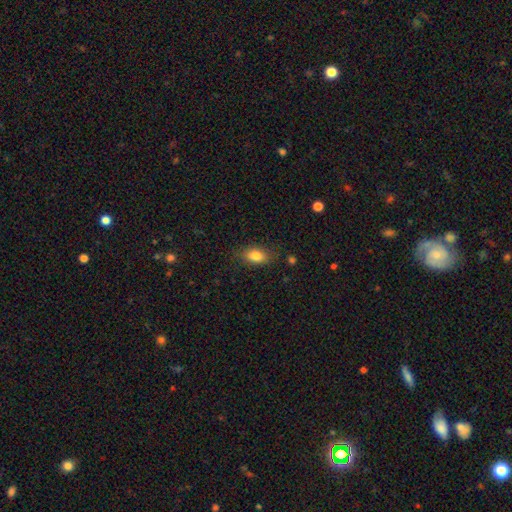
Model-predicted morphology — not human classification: Overall: smooth (82%). How rounded: in between (84%). Merging: none (81%).